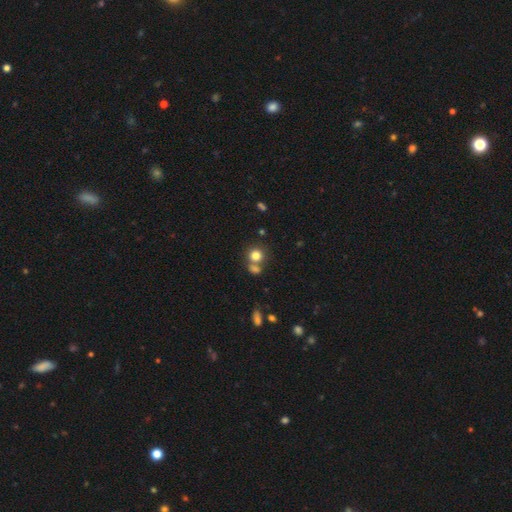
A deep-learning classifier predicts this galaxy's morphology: smooth-or-featured: smooth: 80% | star or artifact: 12% | featured or disk: 8%
  how-rounded: round: 85% | in between: 14% | cigar-shaped: 1%
  merging: none: 55% | merger: 32% | minor disturbance: 9% | major disturbance: 4%